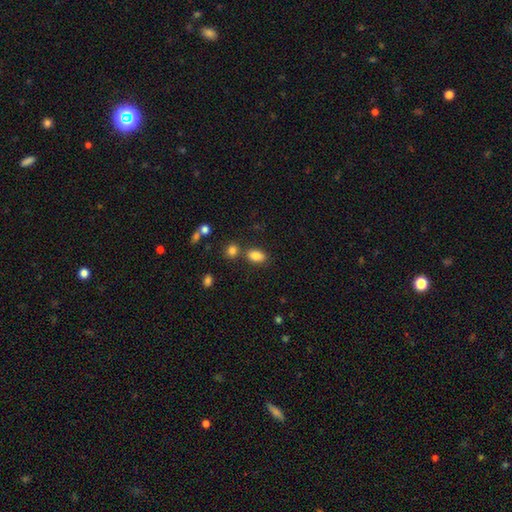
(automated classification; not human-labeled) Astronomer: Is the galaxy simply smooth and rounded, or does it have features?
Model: smooth — 85%.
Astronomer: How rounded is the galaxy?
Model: in between — 88%.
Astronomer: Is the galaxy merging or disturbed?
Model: none — 69%.